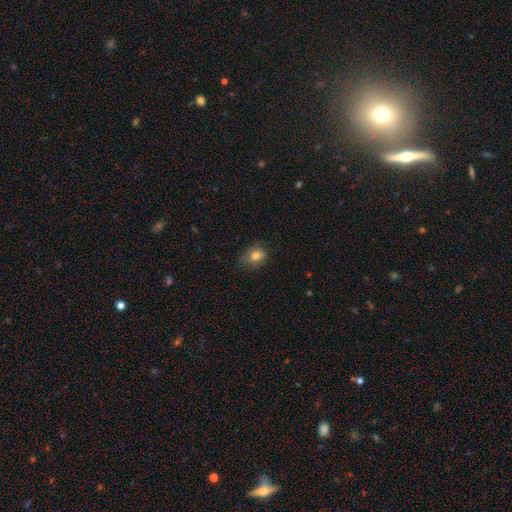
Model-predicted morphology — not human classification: This is likely a smooth galaxy (77%). How rounded: possibly round (51%). Merging: likely none (76%).